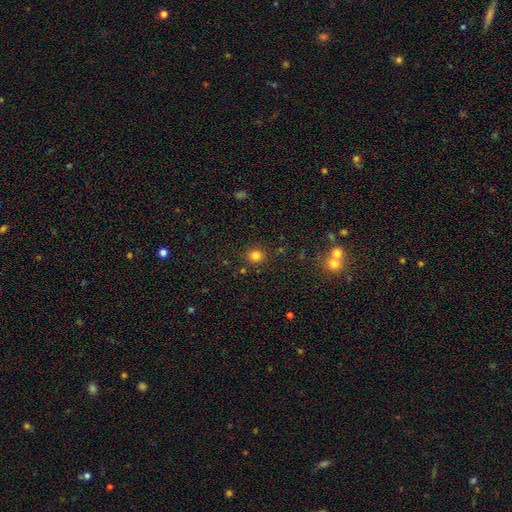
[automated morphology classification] Smooth or featured? Predicted: smooth (p=0.81). How rounded? Predicted: round (p=0.81). Merging? Predicted: none (p=0.84).